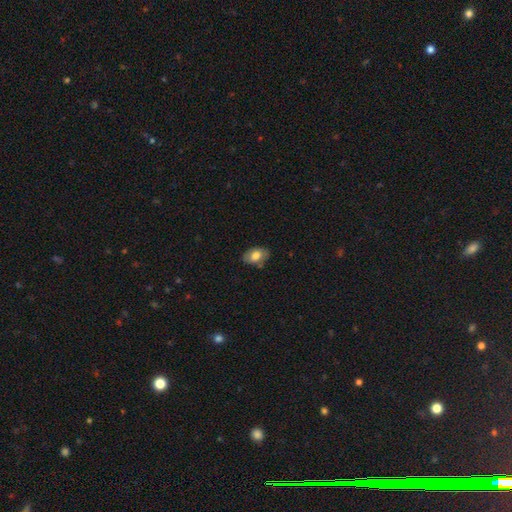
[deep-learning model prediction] smooth-or-featured: smooth: 72% | featured or disk: 21% | star or artifact: 7%
  how-rounded: in between: 88% | round: 10% | cigar-shaped: 1%
  merging: none: 76% | minor disturbance: 18% | major disturbance: 4% | merger: 3%